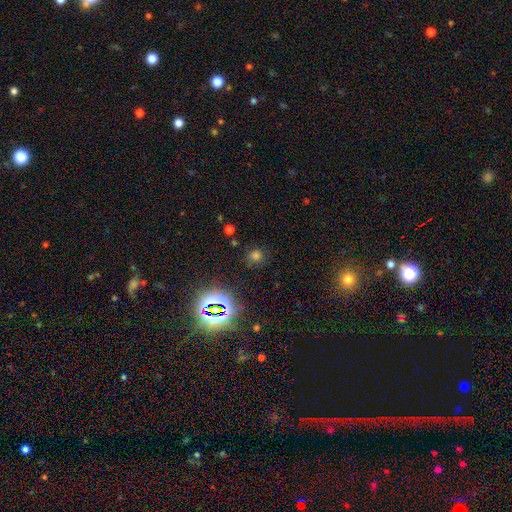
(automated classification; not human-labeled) Smooth or featured?
  - smooth: 61% *
  - star or artifact: 32%
  - featured or disk: 7%
How rounded?
  - round: 85% *
  - in between: 13%
  - cigar-shaped: 1%
Merging?
  - none: 81% *
  - minor disturbance: 12%
  - major disturbance: 5%
  - merger: 2%